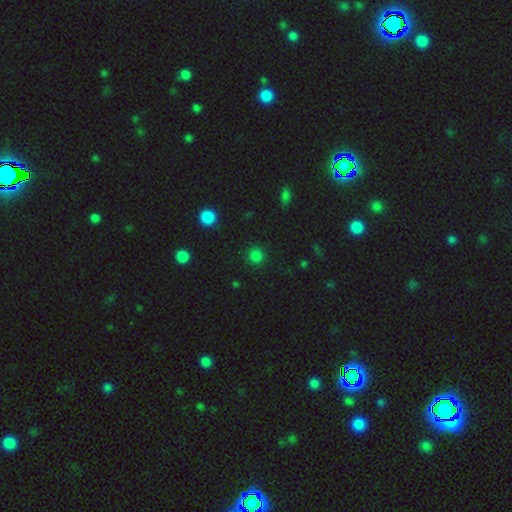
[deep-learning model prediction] smooth_or_featured: smooth (p=0.79) [alt: star or artifact p=0.17]
how_rounded: round (p=0.92) [alt: in between p=0.07]
merging: none (p=0.89) [alt: minor disturbance p=0.07]